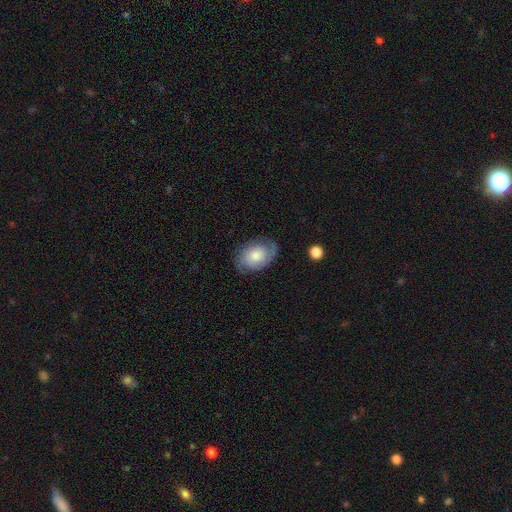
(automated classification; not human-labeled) This appears to be a featured or disk galaxy (50%). Merging: none (70%).